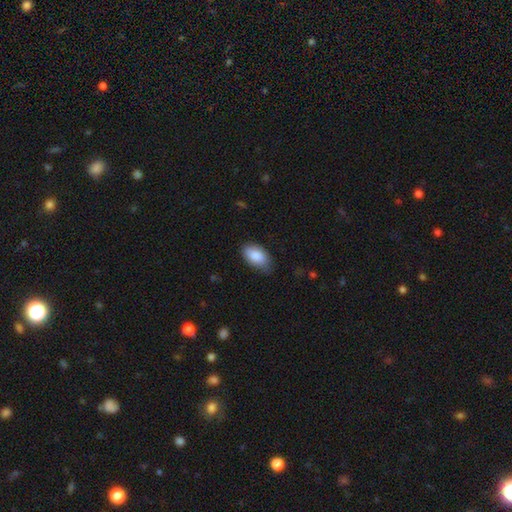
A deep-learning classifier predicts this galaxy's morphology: The model was most divided on "merging": none: 68%, minor disturbance: 27%, major disturbance: 4%, merger: 1%. More confident: how rounded — in between (94%); smooth or featured — smooth (85%).